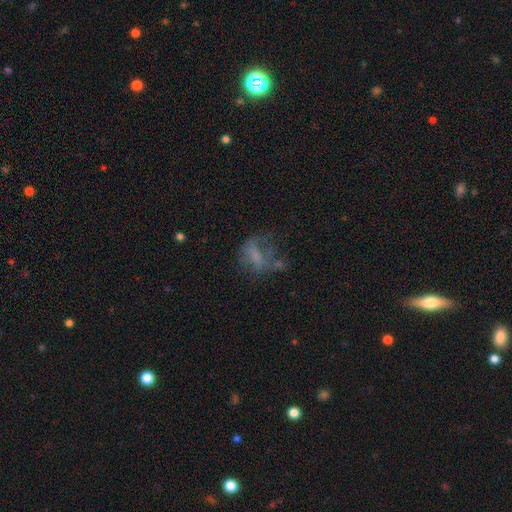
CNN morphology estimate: smooth_or_featured: smooth (p=0.44) [alt: featured or disk p=0.39]
merging: major disturbance (p=0.40) [alt: none p=0.31]